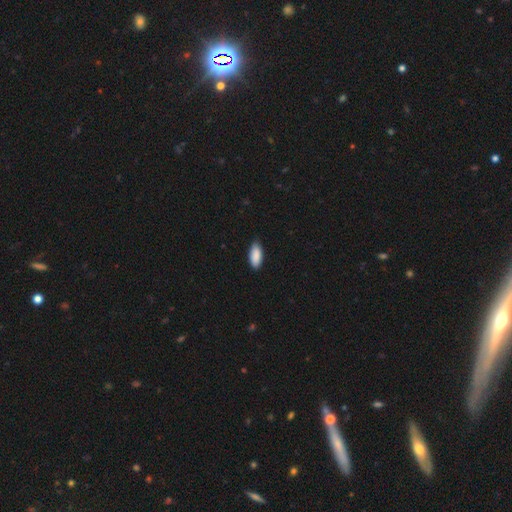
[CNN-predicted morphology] type=smooth (90%); roundness=in between (89%); merging=none (83%).